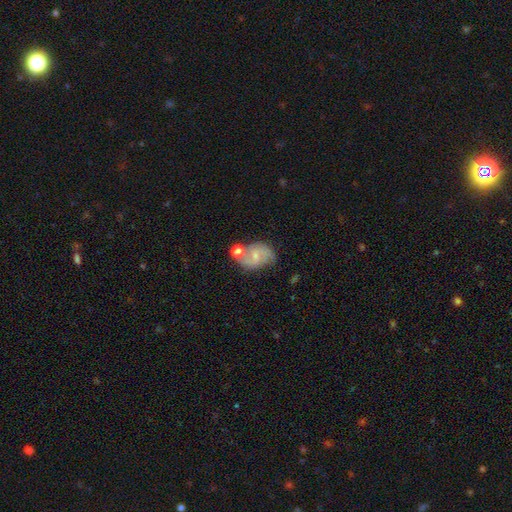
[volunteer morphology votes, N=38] smooth_or_featured: featured or disk (p=0.58) [alt: smooth p=0.34]
disk_edge_on: no (p=0.95) [alt: yes p=0.05]
bar: no (p=0.57) [alt: weak p=0.43]
has_spiral_arms: yes (p=0.76) [alt: no p=0.24]
spiral_winding: medium (p=0.56) [alt: tight p=0.25]
spiral_arm_count: 2 (p=0.88) [alt: 3 p=0.06]
bulge_size: small (p=0.67) [alt: moderate p=0.24]
merging: none (p=0.34) [tied with: merger p=0.34]